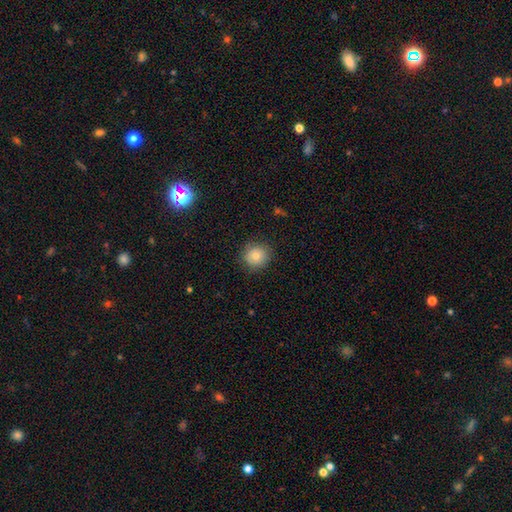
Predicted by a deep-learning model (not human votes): Q: Smooth or featured?
A: smooth (77%); runner-up: featured or disk (13%)
Q: How rounded?
A: round (90%); runner-up: in between (9%)
Q: Merging?
A: none (85%); runner-up: minor disturbance (11%)